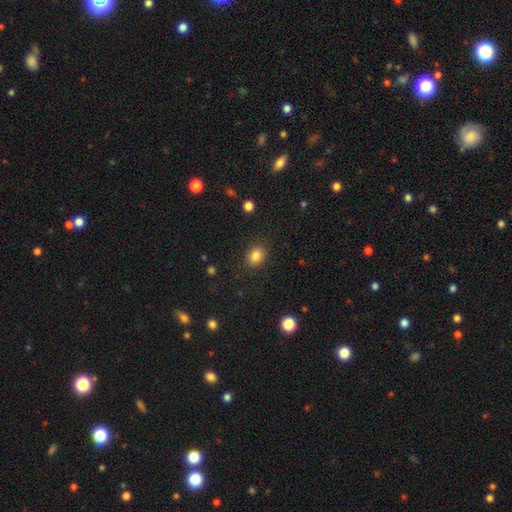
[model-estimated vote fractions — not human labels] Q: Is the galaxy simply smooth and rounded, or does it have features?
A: smooth — 85%.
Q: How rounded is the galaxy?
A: in between — 58%.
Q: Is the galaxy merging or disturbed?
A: none — 86%.